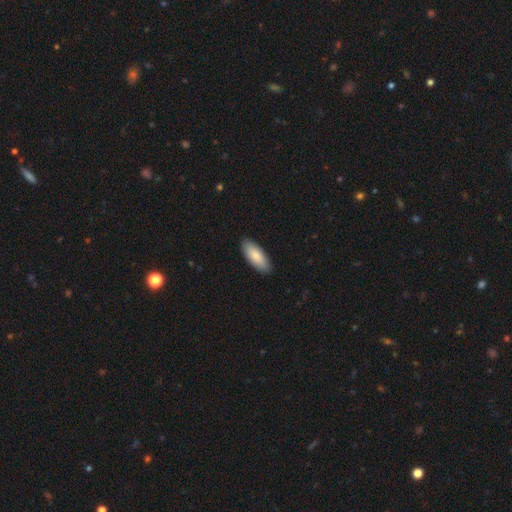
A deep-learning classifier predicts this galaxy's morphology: A smooth galaxy with no disk features (85%) that is in between round and cigar-shaped (80%). Merging: none (89%).